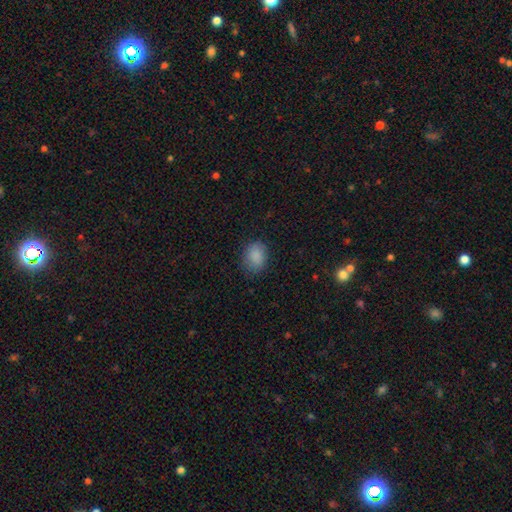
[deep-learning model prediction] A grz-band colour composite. It shows a smooth galaxy with no disk features (87%) that is in between round and cigar-shaped (61%). Merging: none (78%).